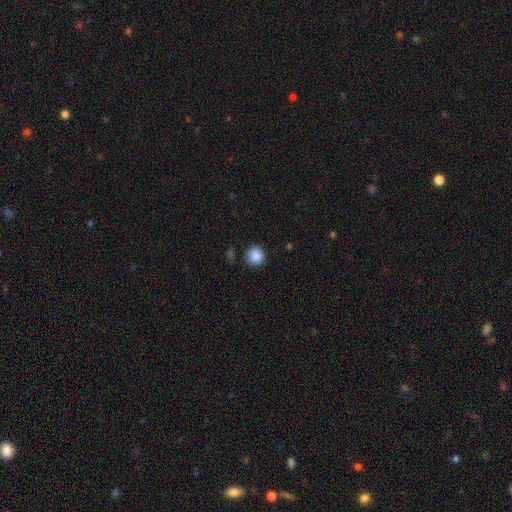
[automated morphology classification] Smooth or featured? smooth (87%)
How rounded? round (89%)
Merging? none (79%)